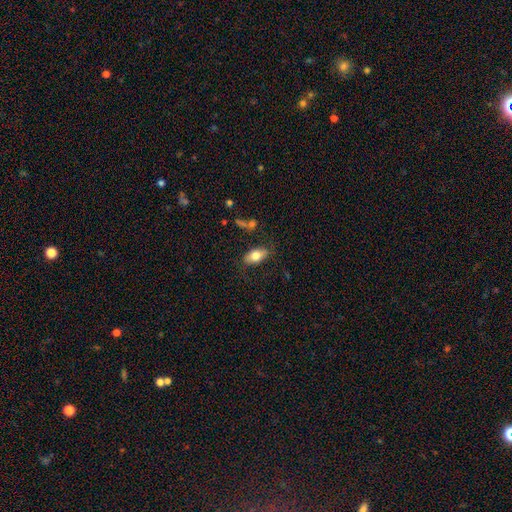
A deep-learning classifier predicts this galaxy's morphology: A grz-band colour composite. It shows a smooth galaxy with no disk features (75%) that is in between round and cigar-shaped (90%). Merging: none (79%).